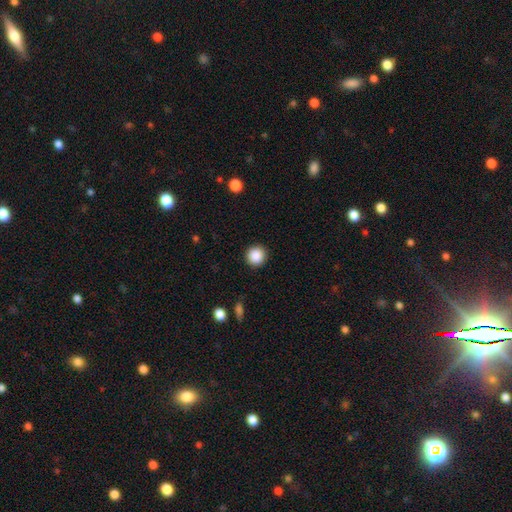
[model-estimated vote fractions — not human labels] Smooth or featured? Predicted: smooth (p=0.88). How rounded? Predicted: round (p=0.94). Merging? Predicted: none (p=0.91).